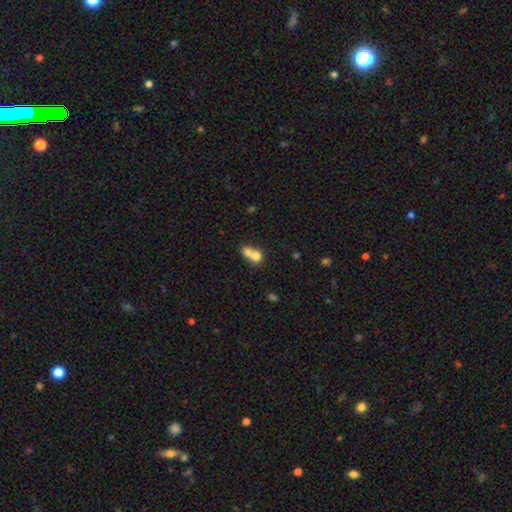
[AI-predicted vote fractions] Morphology: type=smooth (71%); roundness=round (63%); merging=merger (73%).